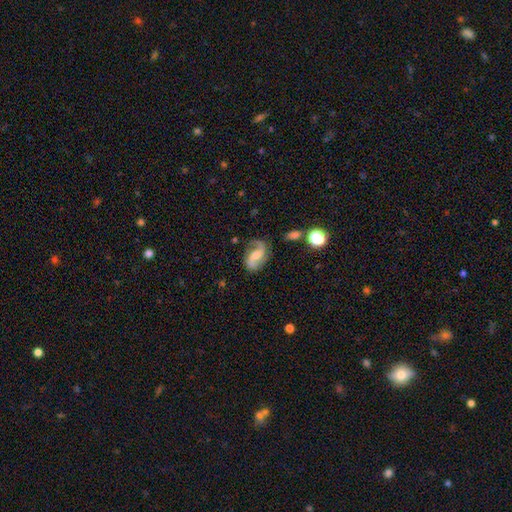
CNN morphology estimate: A featured or disk galaxy (83%) with no bar (45%), 2 (90%) loose (53%) spiral arms (96%) and a moderate central bulge (48%). Merging: none (72%).